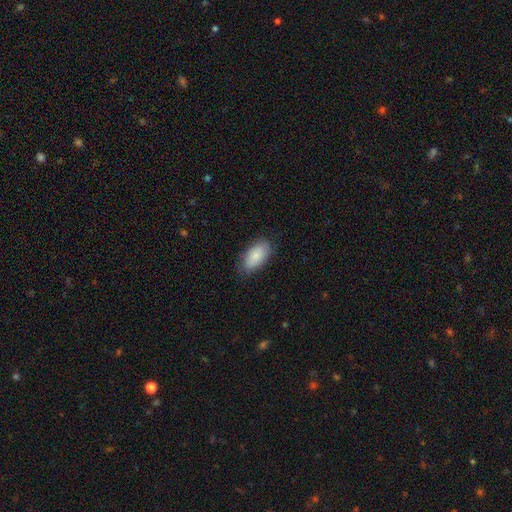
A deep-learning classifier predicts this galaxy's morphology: A smooth galaxy with no disk features (84%) that is in between round and cigar-shaped (94%).

Vote fractions:
- Smooth or featured? smooth: 84% / featured or disk: 10% / star or artifact: 6%
- How rounded? in between: 94% / cigar-shaped: 3% / round: 3%
- Merging? none: 80% / minor disturbance: 16% / major disturbance: 3% / merger: 1%